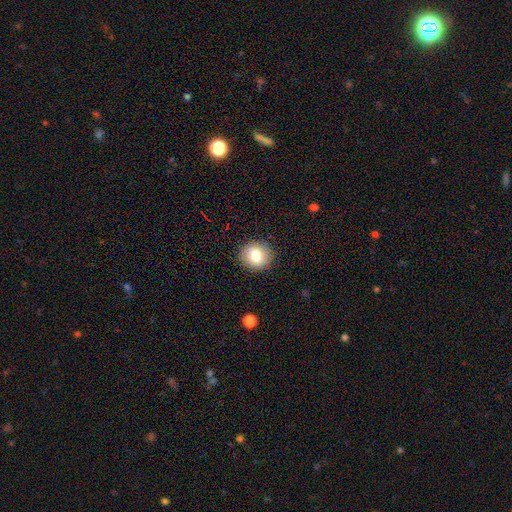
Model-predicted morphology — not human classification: Smooth or featured? Predicted: smooth (p=0.82). How rounded? Predicted: round (p=0.85). Merging? Predicted: none (p=0.90).